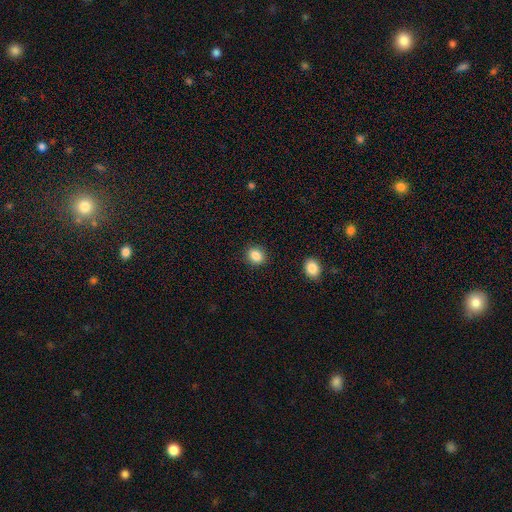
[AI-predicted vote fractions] Q: Smooth or featured?
A: smooth (86%); runner-up: star or artifact (10%)
Q: How rounded?
A: round (71%); runner-up: in between (28%)
Q: Merging?
A: none (90%); runner-up: minor disturbance (7%)